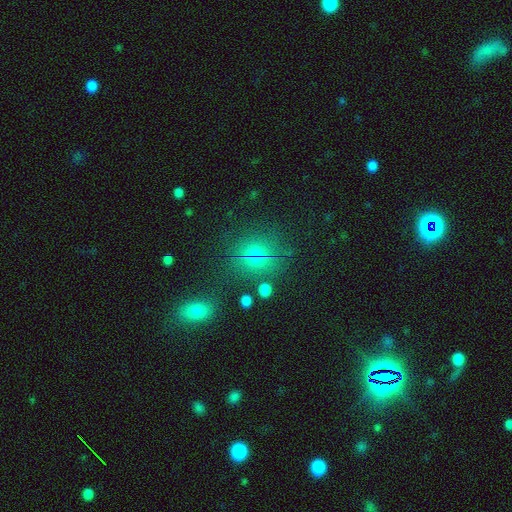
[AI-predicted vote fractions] Overall: smooth (60%; star or artifact 30%). How rounded: round (75%). Merging: none (78%).